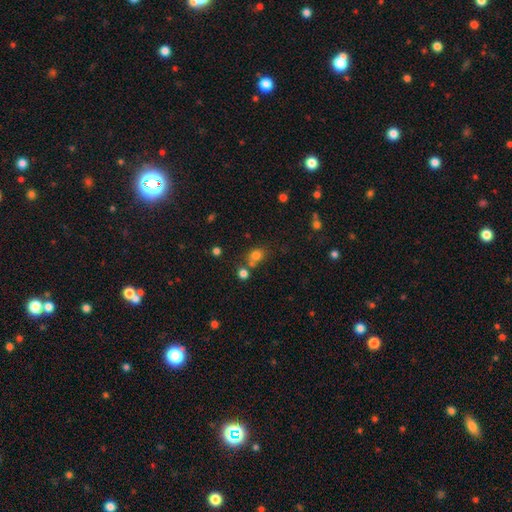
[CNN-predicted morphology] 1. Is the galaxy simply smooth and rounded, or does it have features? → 75% smooth, 17% star or artifact, 8% featured or disk.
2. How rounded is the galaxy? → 68% round, 31% in between, 1% cigar-shaped.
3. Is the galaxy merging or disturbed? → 56% none, 28% merger, 11% minor disturbance, 5% major disturbance.